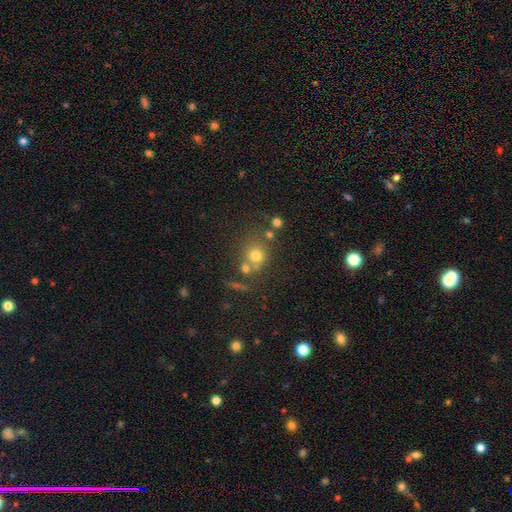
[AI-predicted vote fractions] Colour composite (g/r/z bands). It shows a smooth galaxy with no disk features (70%) that is round (85%). Merging: none (58%).